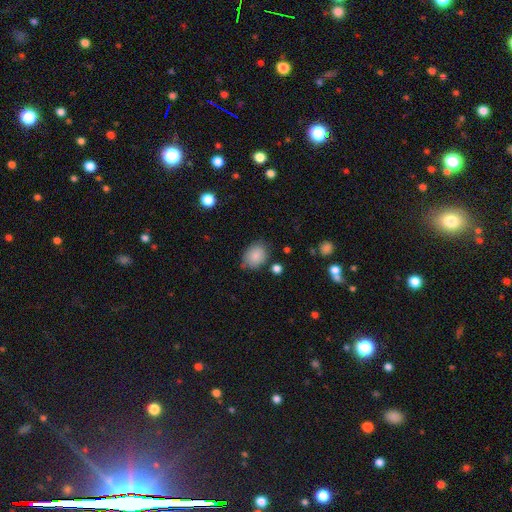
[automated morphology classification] smooth_or_featured: smooth (p=0.86) [alt: star or artifact p=0.08]
how_rounded: in between (p=0.70) [alt: round p=0.29]
merging: none (p=0.70) [alt: minor disturbance p=0.22]